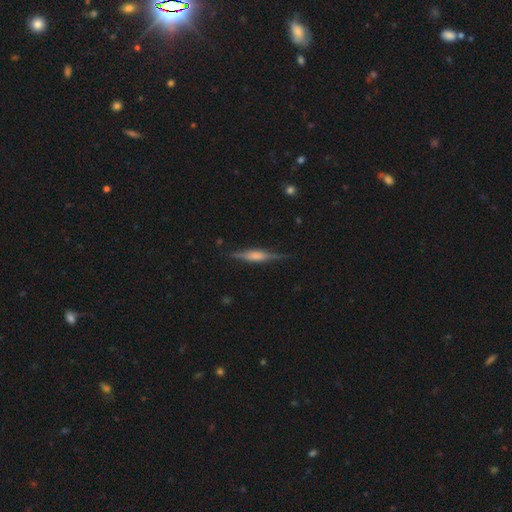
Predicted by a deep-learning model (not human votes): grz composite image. It shows a featured or disk galaxy (62%) viewed edge-on (96%) with a rounded central bulge (53%). Merging: none (82%).